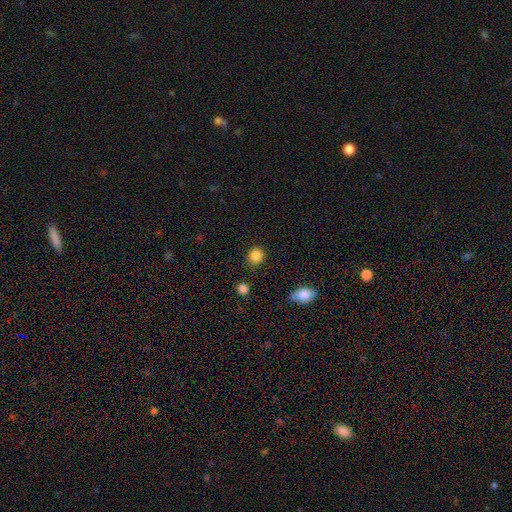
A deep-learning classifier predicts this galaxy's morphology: smooth_or_featured: smooth (p=0.87) [alt: star or artifact p=0.10]
how_rounded: round (p=0.81) [alt: in between p=0.18]
merging: none (p=0.85) [alt: minor disturbance p=0.10]